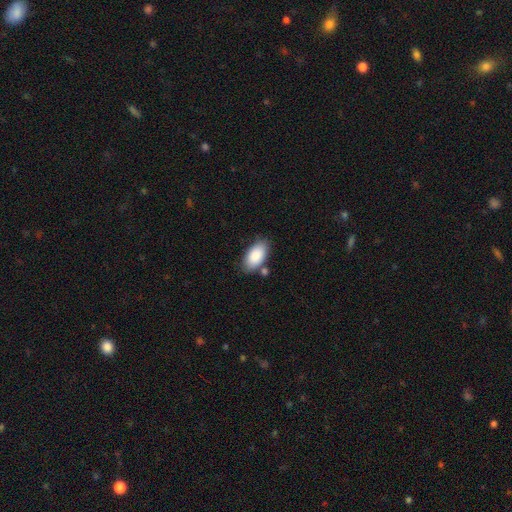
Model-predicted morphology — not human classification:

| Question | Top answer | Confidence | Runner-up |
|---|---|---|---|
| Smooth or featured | smooth | 88% | star or artifact (6%) |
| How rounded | in between | 95% | round (3%) |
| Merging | none | 76% | minor disturbance (13%) |